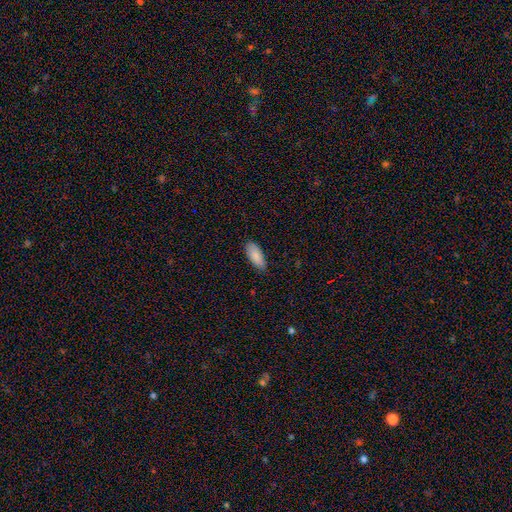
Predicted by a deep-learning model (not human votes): A smooth galaxy with no disk features (89%) that is in between round and cigar-shaped (84%).

Vote fractions:
- Smooth or featured? smooth: 89% / star or artifact: 6% / featured or disk: 5%
- How rounded? in between: 84% / cigar-shaped: 15% / round: 2%
- Merging? none: 82% / minor disturbance: 15% / major disturbance: 2% / merger: 1%